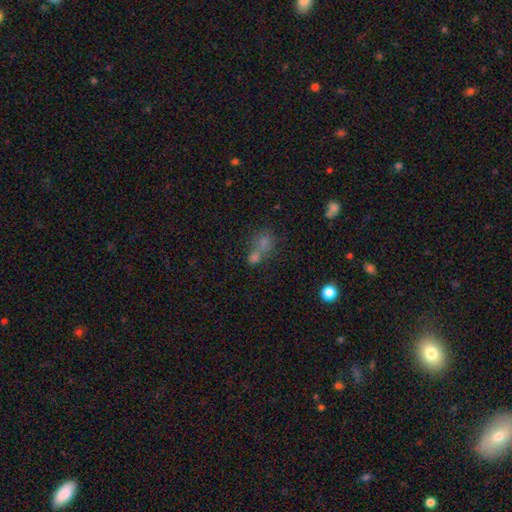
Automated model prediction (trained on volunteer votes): Smooth or featured? smooth (64%)
How rounded? round (67%)
Merging? merger (49%)